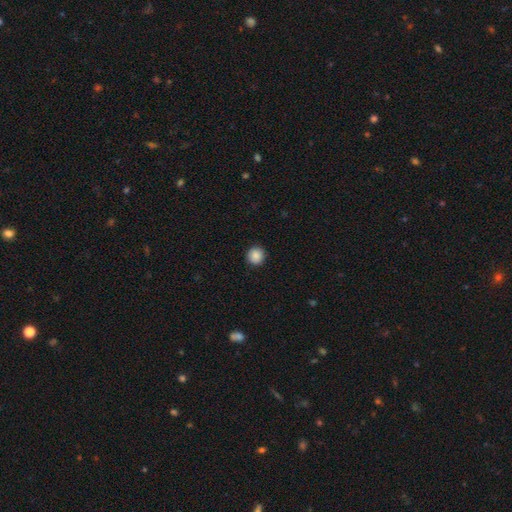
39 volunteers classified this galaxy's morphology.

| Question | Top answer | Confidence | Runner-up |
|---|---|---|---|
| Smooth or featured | smooth | 87% | star or artifact (8%) |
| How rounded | round | 100% | — |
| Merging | none | 100% | — |